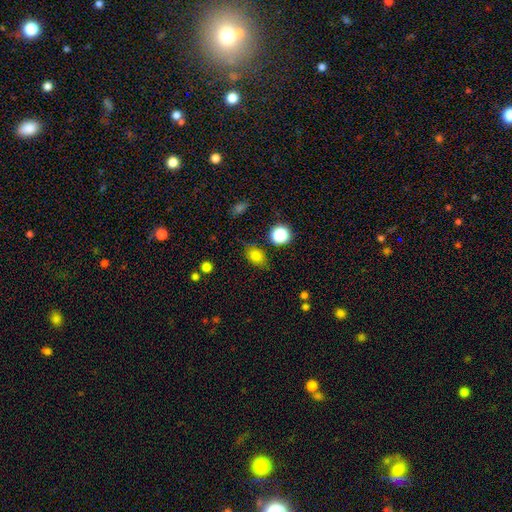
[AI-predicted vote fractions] Overall: smooth (80%). How rounded: in between (67%; round 31%). Merging: none (75%).